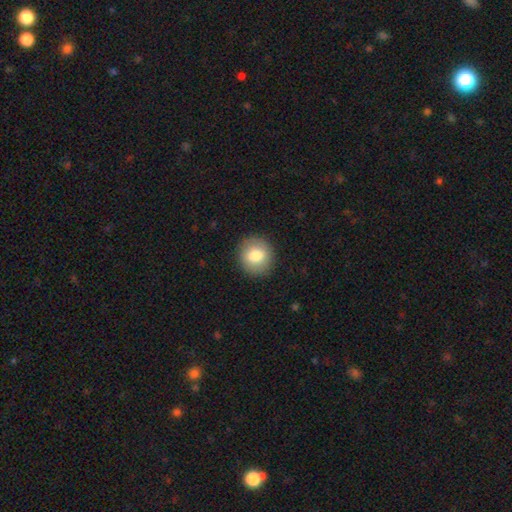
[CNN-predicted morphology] smooth 79%, featured or disk 13%, star or artifact 8%. Down the decision tree: how rounded — round (87%); merging — none (90%).